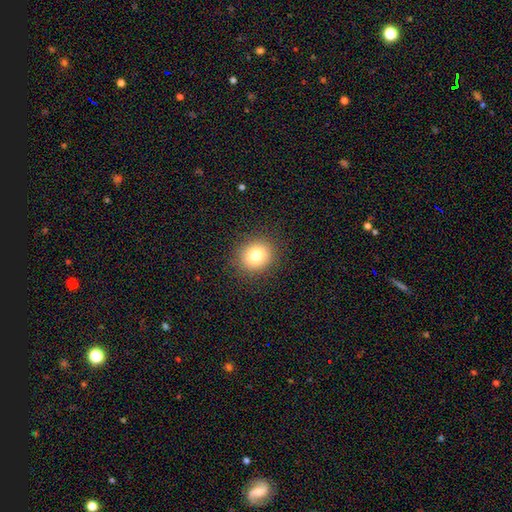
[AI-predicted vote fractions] Smooth or featured: smooth — 79% (star or artifact — 12%)
How rounded: round — 81% (in between — 18%)
Merging: none — 90% (minor disturbance — 6%)